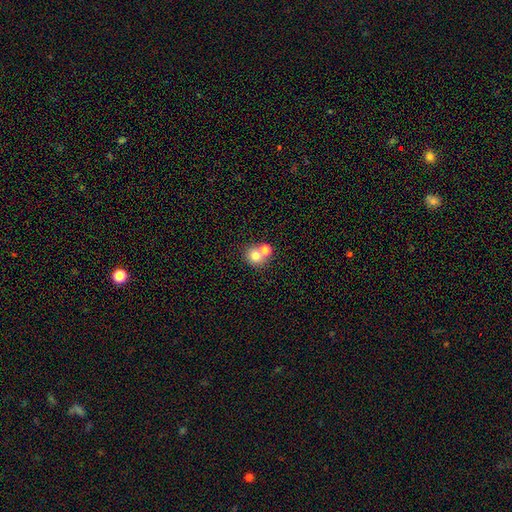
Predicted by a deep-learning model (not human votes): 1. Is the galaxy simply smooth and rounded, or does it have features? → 75% smooth, 13% featured or disk, 12% star or artifact.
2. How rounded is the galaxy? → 83% round, 16% in between, 1% cigar-shaped.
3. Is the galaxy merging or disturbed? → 48% none, 44% merger, 6% minor disturbance, 2% major disturbance.